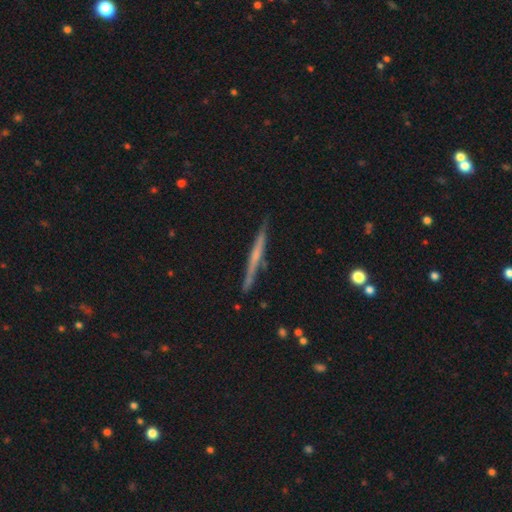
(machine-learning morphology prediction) Smooth or featured?
  - featured or disk: 61% *
  - smooth: 33%
  - star or artifact: 6%
Edge-on disk?
  - yes: 97% *
  - no: 3%
Edge-on bulge?
  - none: 69% *
  - rounded: 22%
  - boxy: 9%
Merging?
  - none: 87% *
  - minor disturbance: 9%
  - merger: 2%
  - major disturbance: 2%